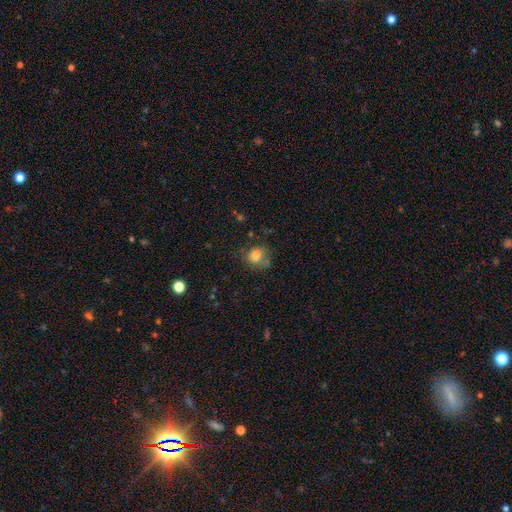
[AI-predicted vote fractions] This appears to be a smooth galaxy with no disk features (79%) that is round (72%). Merging: none (57%).